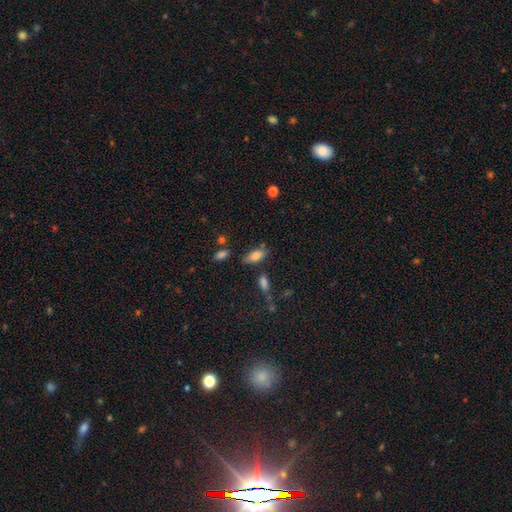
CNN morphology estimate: This is likely a smooth galaxy (78%). How rounded: clearly in between (85%). Merging: likely none (69%).